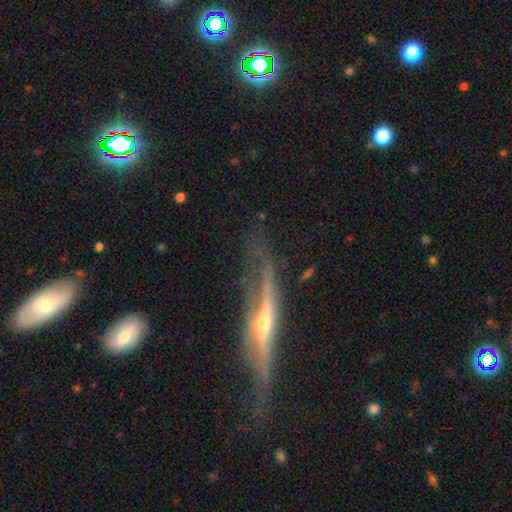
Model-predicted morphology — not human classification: Q: Smooth or featured?
A: featured or disk (82%); runner-up: smooth (11%)
Q: Edge-on disk?
A: yes (90%); runner-up: no (10%)
Q: Edge-on bulge?
A: rounded (80%); runner-up: none (13%)
Q: Merging?
A: none (67%); runner-up: minor disturbance (22%)